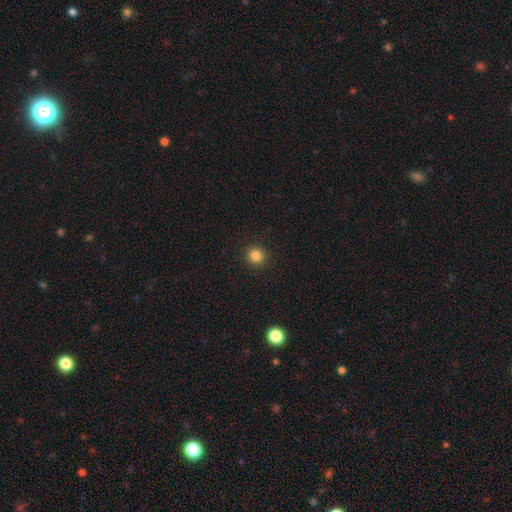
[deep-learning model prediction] This appears to be a smooth galaxy with no disk features (84%) that is round (94%). Merging: none (93%).